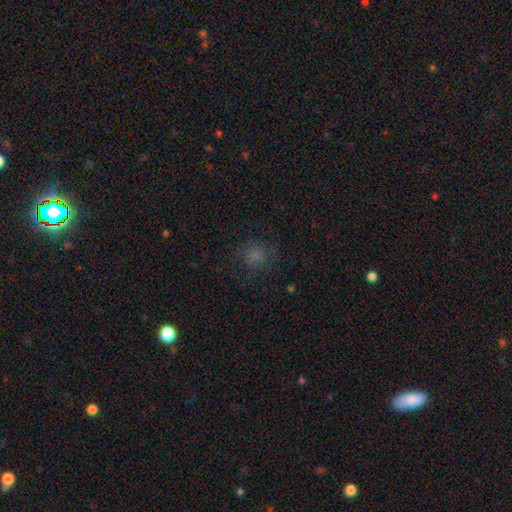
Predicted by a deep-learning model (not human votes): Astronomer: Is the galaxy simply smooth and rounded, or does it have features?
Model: smooth — 74%.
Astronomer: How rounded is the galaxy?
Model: round — 84%.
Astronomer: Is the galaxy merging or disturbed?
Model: none — 77%.